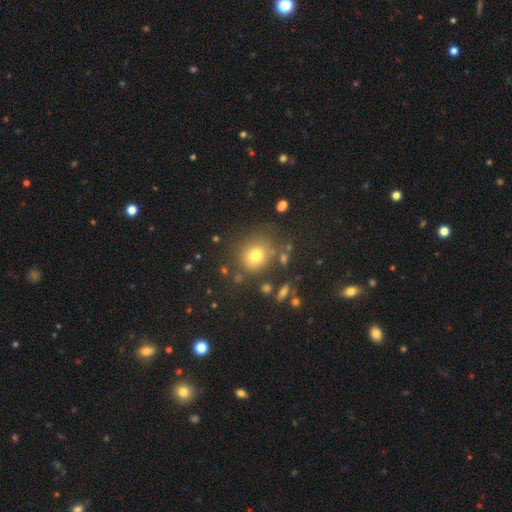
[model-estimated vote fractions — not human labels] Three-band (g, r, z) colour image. It shows a smooth galaxy with no disk features (75%) that is round (82%). Merging: none (77%).